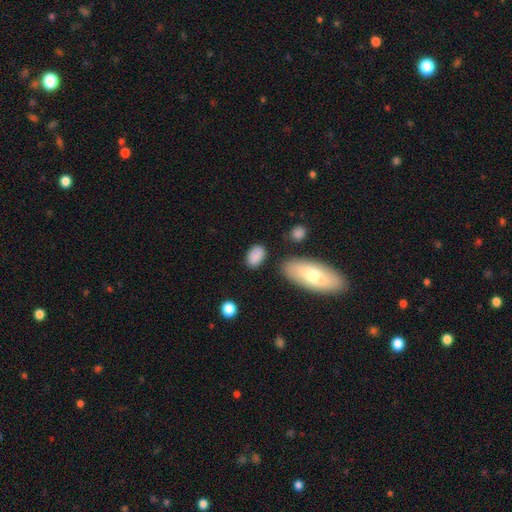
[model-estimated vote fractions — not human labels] Smooth or featured? Predicted: smooth (p=0.88). How rounded? Predicted: in between (p=0.90). Merging? Predicted: none (p=0.79).